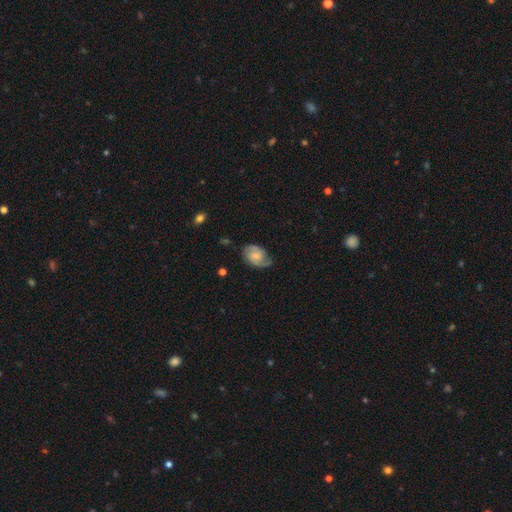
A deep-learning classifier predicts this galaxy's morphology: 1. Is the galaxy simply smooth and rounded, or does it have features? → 71% featured or disk, 22% smooth, 7% star or artifact.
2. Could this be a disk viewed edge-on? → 97% no, 3% yes.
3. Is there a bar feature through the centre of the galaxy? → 51% no, 42% weak, 7% strong.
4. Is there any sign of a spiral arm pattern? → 94% yes, 6% no.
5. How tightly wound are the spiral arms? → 47% medium, 37% tight, 16% loose.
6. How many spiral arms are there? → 82% 2, 9% can't tell, 4% 1, 3% 3, 1% 4, 1% more than 4.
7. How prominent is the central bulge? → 45% small, 36% moderate, 13% none, 4% large, 1% dominant.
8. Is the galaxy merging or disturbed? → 70% none, 22% minor disturbance, 7% major disturbance, 2% merger.